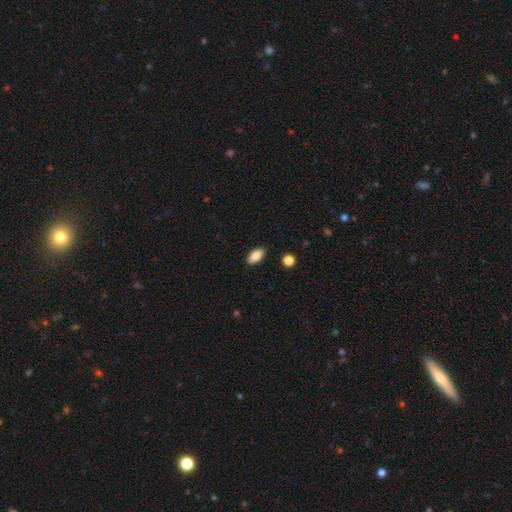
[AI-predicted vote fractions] Smooth or featured? Predicted: smooth (p=0.86). How rounded? Predicted: in between (p=0.90). Merging? Predicted: none (p=0.88).